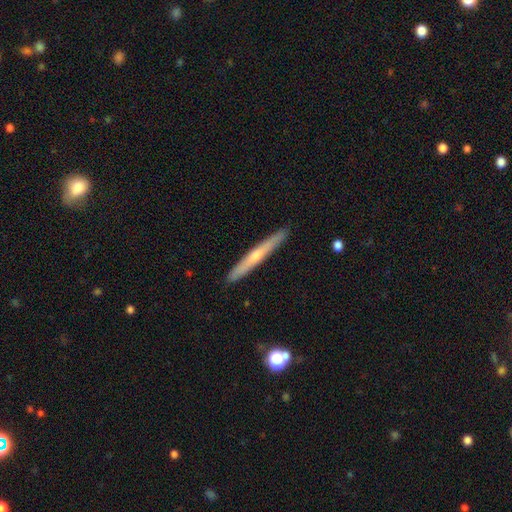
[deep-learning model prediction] A featured or disk galaxy (52%) viewed edge-on (95%). Merging: none (91%).